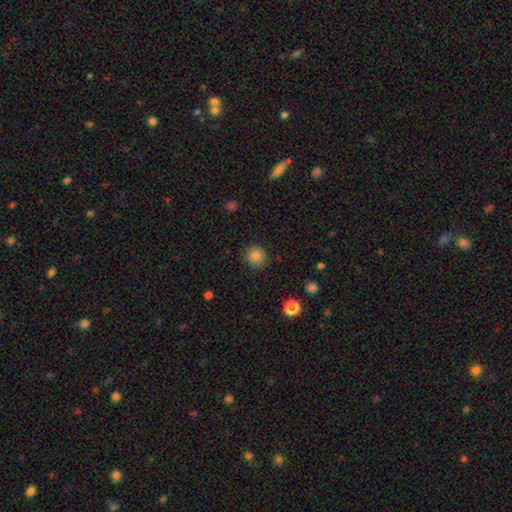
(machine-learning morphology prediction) Smooth or featured: smooth — 83% (star or artifact — 11%)
How rounded: round — 91% (in between — 8%)
Merging: none — 89% (minor disturbance — 8%)